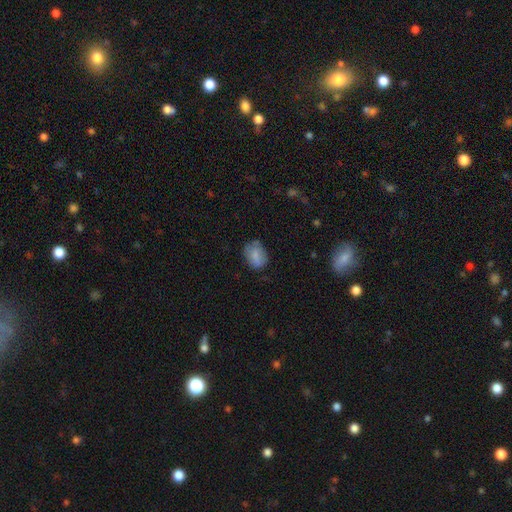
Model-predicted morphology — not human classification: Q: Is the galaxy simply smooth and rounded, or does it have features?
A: smooth — 80%.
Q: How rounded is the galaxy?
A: in between — 73%.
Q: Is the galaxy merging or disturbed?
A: none — 68%.